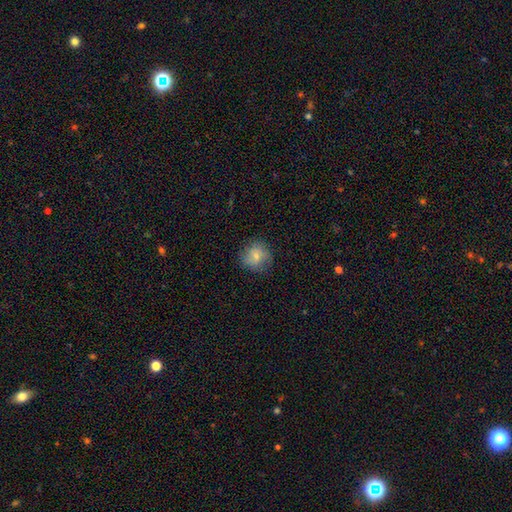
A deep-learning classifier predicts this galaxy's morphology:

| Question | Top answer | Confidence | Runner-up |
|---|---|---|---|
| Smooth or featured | smooth | 77% | featured or disk (15%) |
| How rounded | round | 84% | in between (15%) |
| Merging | none | 77% | minor disturbance (17%) |